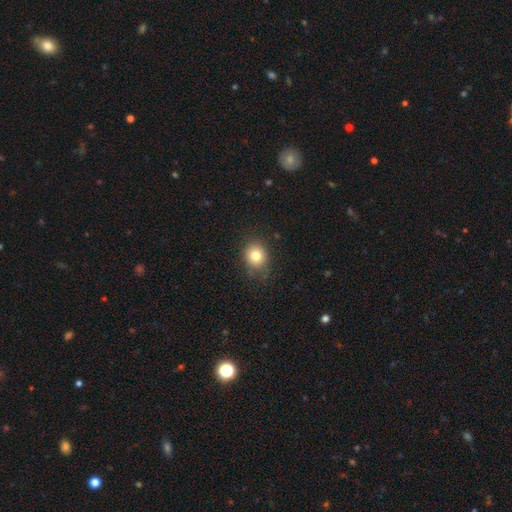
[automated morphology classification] Smooth or featured? smooth (80%)
How rounded? round (69%)
Merging? none (79%)